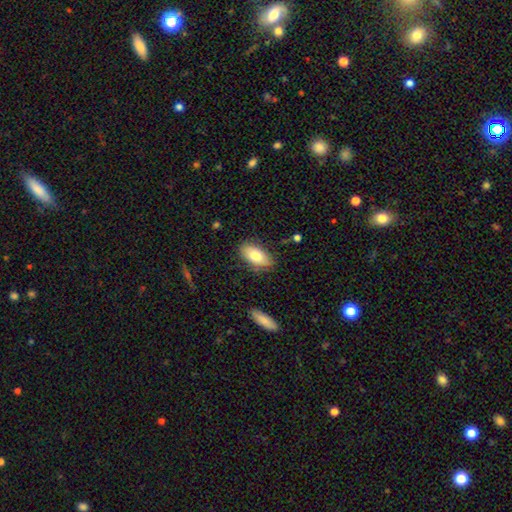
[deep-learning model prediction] smooth 77%, featured or disk 16%, star or artifact 7%. Down the decision tree: how rounded — in between (92%); merging — none (81%).